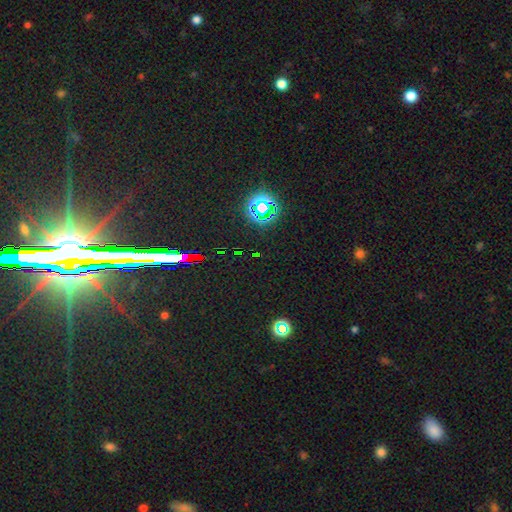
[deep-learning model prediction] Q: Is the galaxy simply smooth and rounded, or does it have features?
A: star or artifact — 77%.